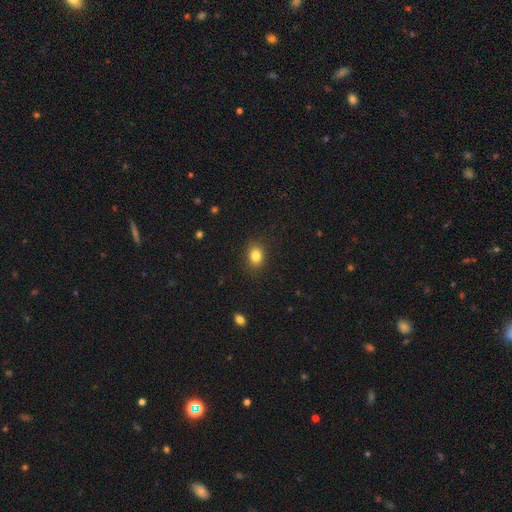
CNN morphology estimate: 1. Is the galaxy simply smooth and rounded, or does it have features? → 83% smooth, 10% star or artifact, 6% featured or disk.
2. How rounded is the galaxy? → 59% in between, 40% round, 1% cigar-shaped.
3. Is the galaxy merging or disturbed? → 87% none, 9% minor disturbance, 3% major disturbance, 1% merger.